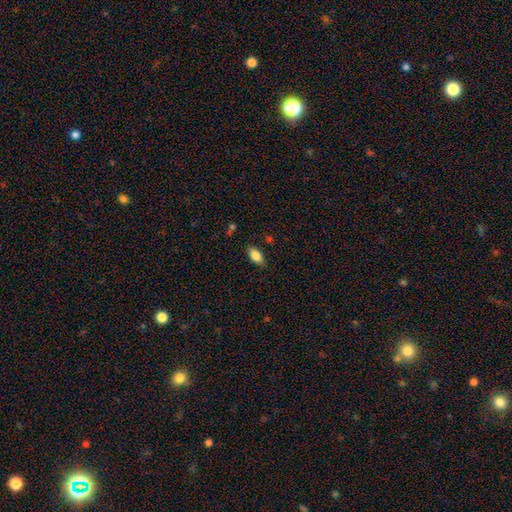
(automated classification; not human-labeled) Overall: smooth (83%). How rounded: in between (89%). Merging: none (83%).